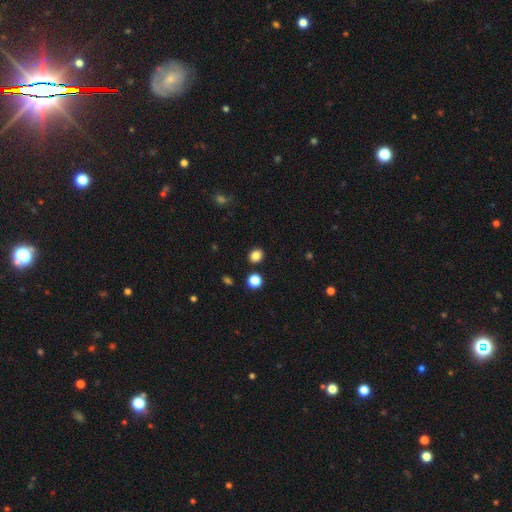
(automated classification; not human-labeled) Overall: smooth (84%). How rounded: round (61%; in between 39%). Merging: none (88%).